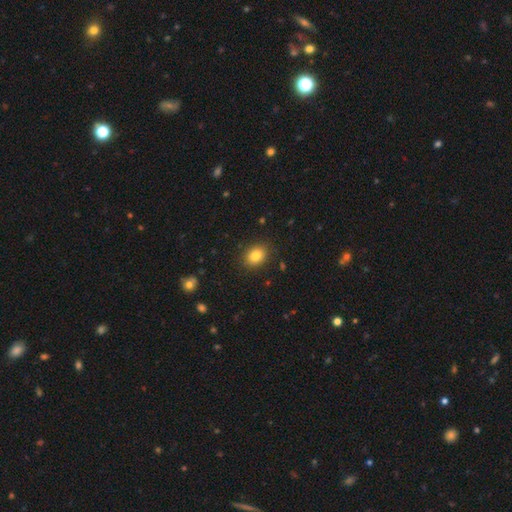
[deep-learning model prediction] Morphology: type=smooth (83%); roundness=in between (55%); merging=none (87%).